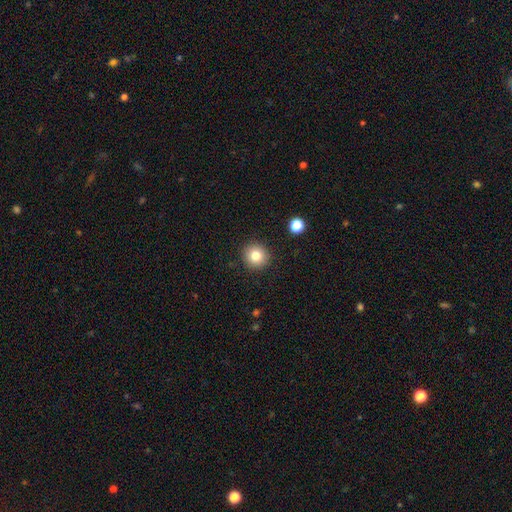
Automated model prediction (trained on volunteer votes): Smooth or featured? smooth (81%)
How rounded? round (94%)
Merging? none (91%)